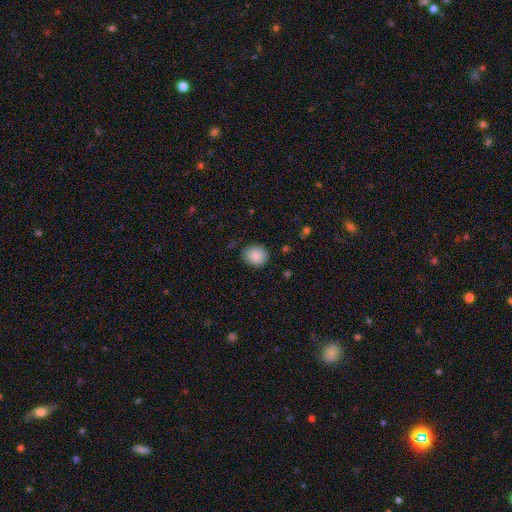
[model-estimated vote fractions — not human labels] A smooth galaxy with no disk features (86%) that is round (74%). Merging: none (78%).